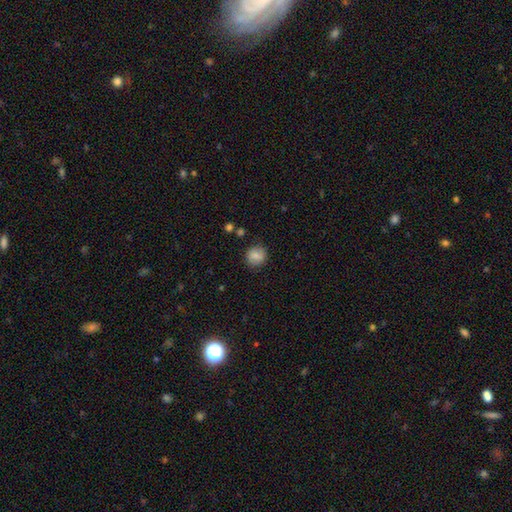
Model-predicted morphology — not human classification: Smooth or featured? smooth (82%)
How rounded? round (78%)
Merging? none (83%)